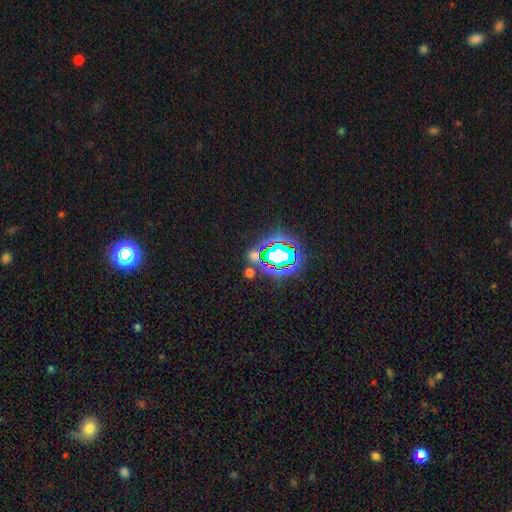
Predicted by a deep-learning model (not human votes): Smooth or featured? Predicted: star or artifact (p=0.56).